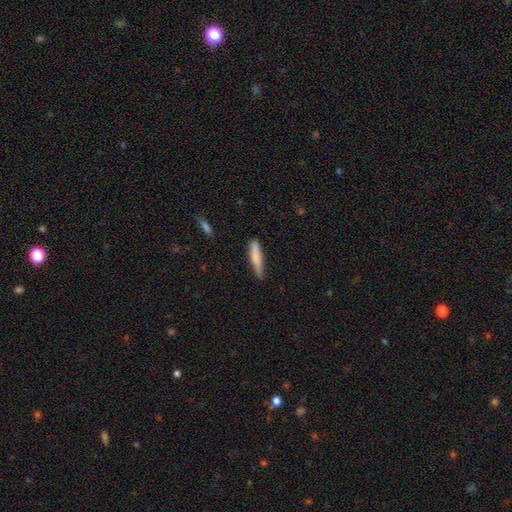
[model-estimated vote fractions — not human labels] Smooth or featured?
  - smooth: 77% *
  - featured or disk: 17%
  - star or artifact: 6%
How rounded?
  - cigar-shaped: 88% *
  - in between: 11%
  - round: 1%
Merging?
  - none: 72% *
  - minor disturbance: 23%
  - major disturbance: 3%
  - merger: 2%